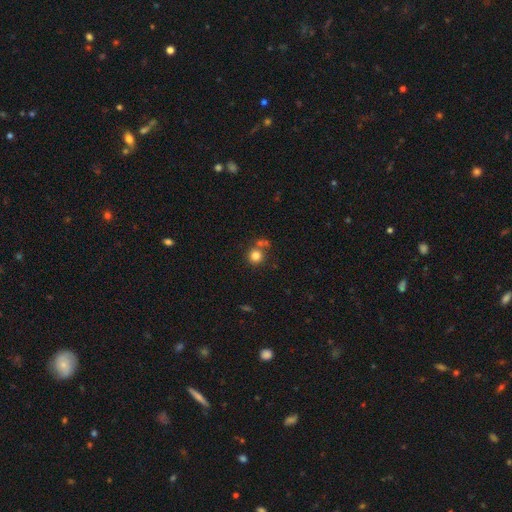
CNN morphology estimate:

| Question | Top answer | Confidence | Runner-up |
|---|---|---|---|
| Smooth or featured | smooth | 80% | star or artifact (12%) |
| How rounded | round | 92% | in between (7%) |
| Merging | none | 64% | merger (22%) |